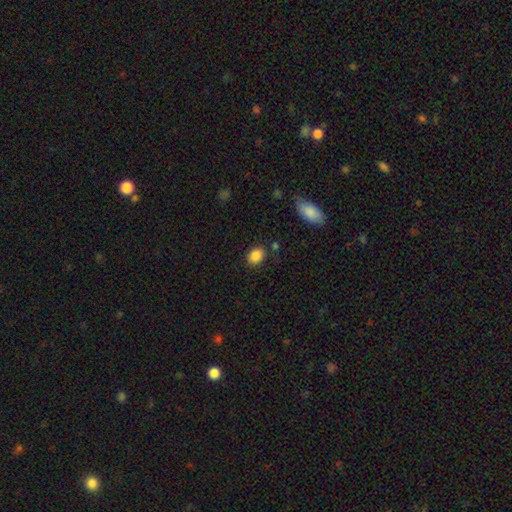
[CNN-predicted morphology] Smooth or featured: smooth — 87% (star or artifact — 9%)
How rounded: in between — 62% (round — 36%)
Merging: none — 82% (minor disturbance — 11%)